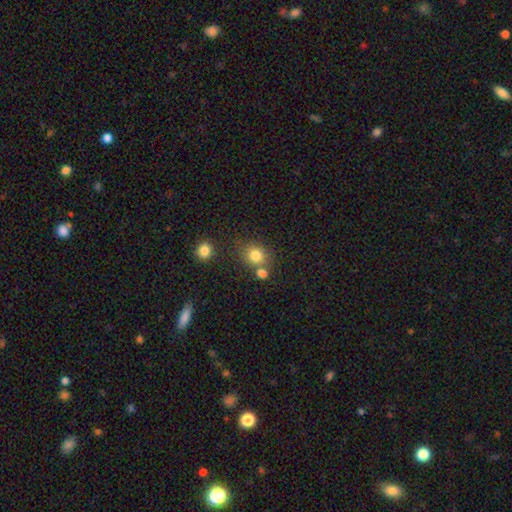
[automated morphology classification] The model was most divided on "merging": none: 66%, merger: 20%, minor disturbance: 11%, major disturbance: 4%. More confident: smooth or featured — smooth (80%); how rounded — round (80%).